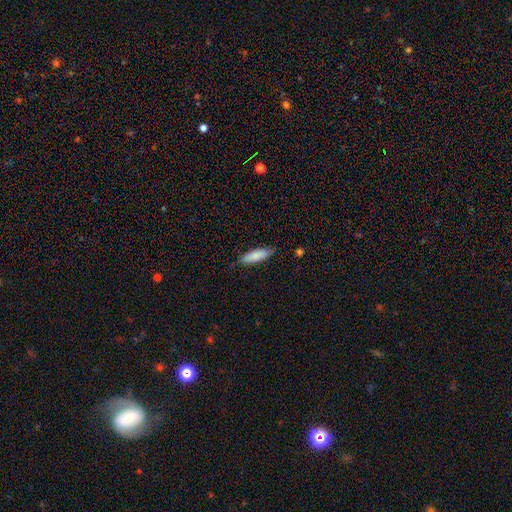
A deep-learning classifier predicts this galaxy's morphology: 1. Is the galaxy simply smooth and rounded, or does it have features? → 84% smooth, 10% featured or disk, 6% star or artifact.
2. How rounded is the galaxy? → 59% cigar-shaped, 40% in between, 1% round.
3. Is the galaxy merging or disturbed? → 84% none, 13% minor disturbance, 2% major disturbance, 1% merger.